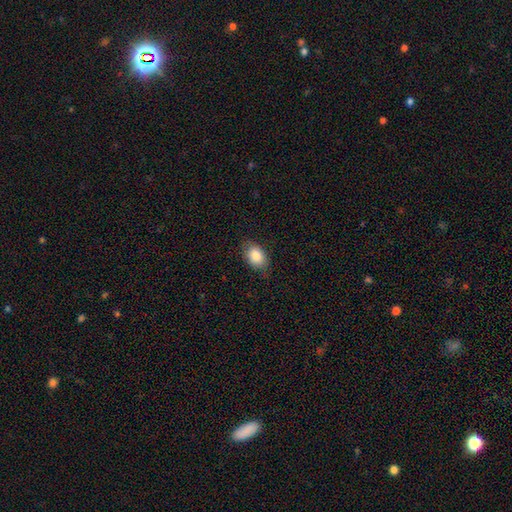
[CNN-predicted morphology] smooth_or_featured: smooth (p=0.84) [alt: featured or disk p=0.09]
how_rounded: in between (p=0.83) [alt: round p=0.15]
merging: none (p=0.78) [alt: minor disturbance p=0.18]